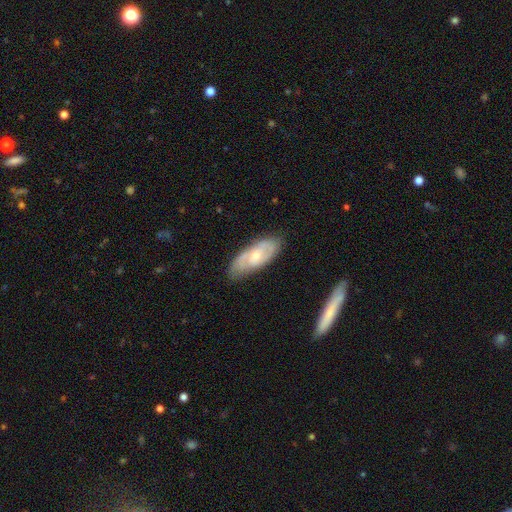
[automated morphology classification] Overall: featured or disk (65%; smooth 29%). Edge-on disk: no (88%). Bar: no (59%; weak 33%). Spiral arms: yes (75%). Bulge size: moderate (50%; small 46%). Merging: none (76%).